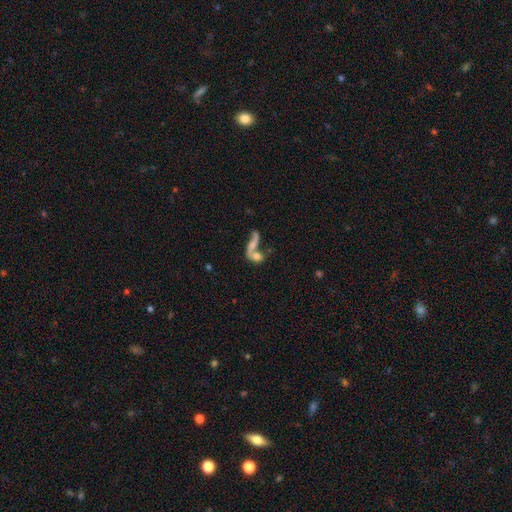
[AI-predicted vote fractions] Smooth or featured?
  - smooth: 47% *
  - featured or disk: 41%
  - star or artifact: 12%
Merging?
  - merger: 60% *
  - none: 20%
  - major disturbance: 12%
  - minor disturbance: 7%